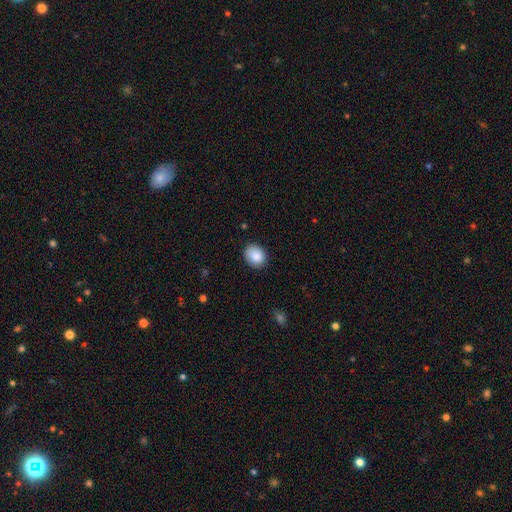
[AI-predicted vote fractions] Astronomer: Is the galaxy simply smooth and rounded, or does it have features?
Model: smooth — 87%.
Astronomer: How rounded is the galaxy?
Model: round — 60% (runner-up: in between, 39%).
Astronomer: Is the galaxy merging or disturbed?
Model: none — 83%.